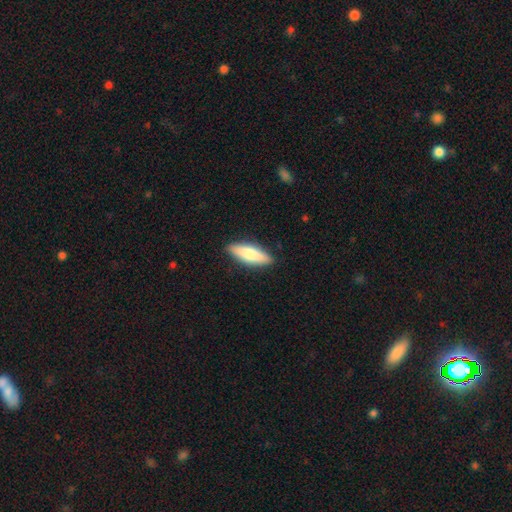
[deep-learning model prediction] Q: Smooth or featured?
A: smooth (75%); runner-up: featured or disk (19%)
Q: How rounded?
A: in between (51%); runner-up: cigar-shaped (47%)
Q: Merging?
A: none (88%); runner-up: minor disturbance (9%)